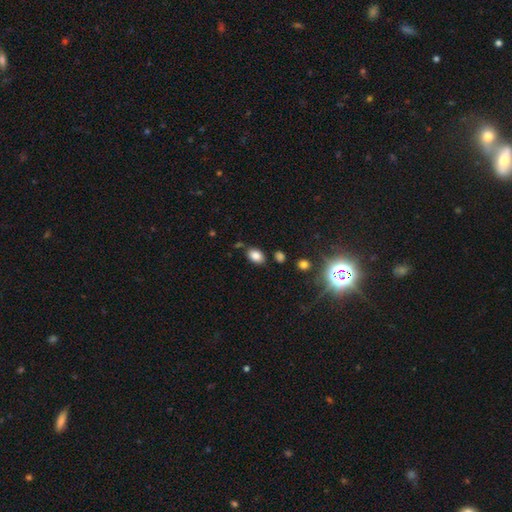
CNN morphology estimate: Smooth or featured? smooth (84%)
How rounded? in between (82%)
Merging? none (75%)